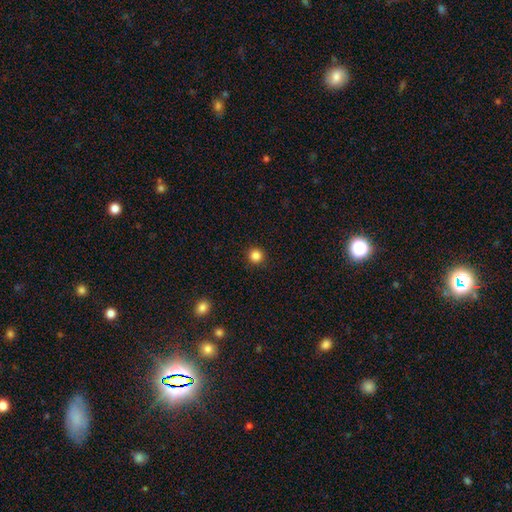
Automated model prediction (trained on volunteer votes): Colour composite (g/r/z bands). It shows a smooth galaxy with no disk features (85%) that is round (95%). Merging: none (93%).